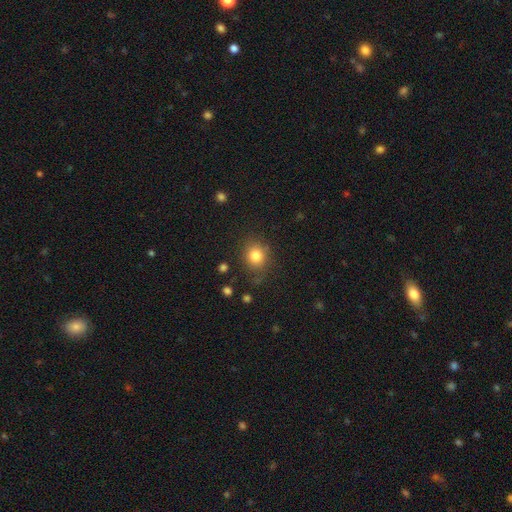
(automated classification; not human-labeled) Overall: smooth (82%). How rounded: round (77%). Merging: none (77%).